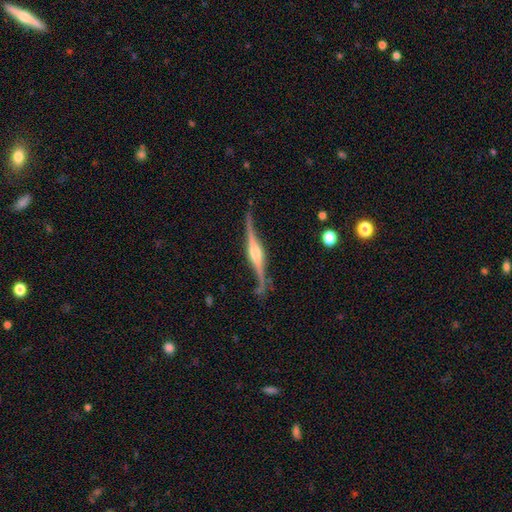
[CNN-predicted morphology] Overall: featured or disk (87%). Edge-on disk: yes (90%). Edge-on bulge: rounded (81%). Merging: none (70%).